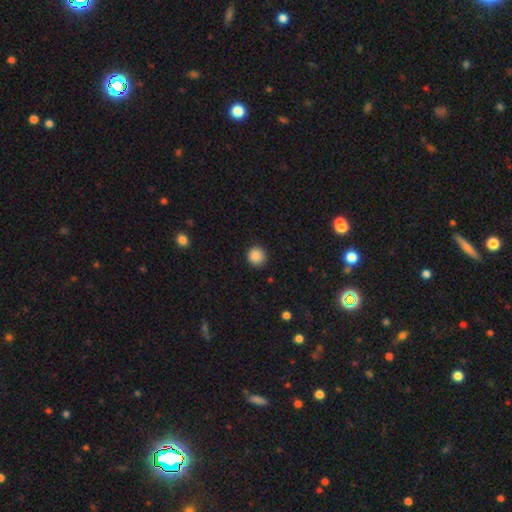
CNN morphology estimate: A smooth galaxy with no disk features (88%) that is round (94%). Merging: none (91%).